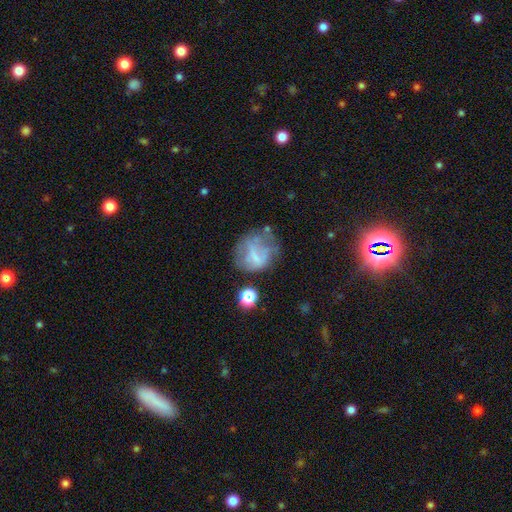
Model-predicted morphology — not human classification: Smooth or featured?
  - smooth: 45% *
  - featured or disk: 40%
  - star or artifact: 15%
Merging?
  - none: 41% *
  - major disturbance: 27%
  - minor disturbance: 24%
  - merger: 7%